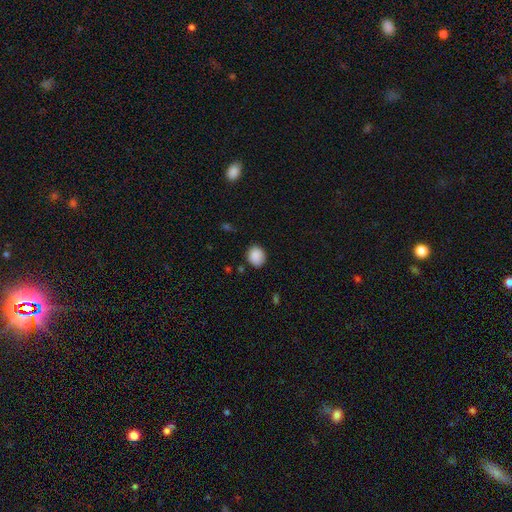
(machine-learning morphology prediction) This is clearly a smooth galaxy (88%). How rounded: likely round (66%). Merging: clearly none (81%).